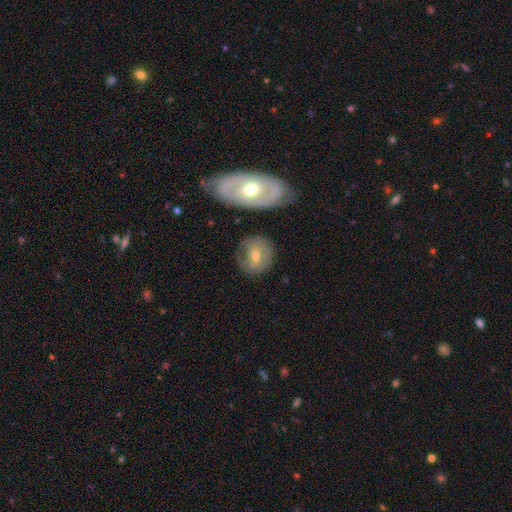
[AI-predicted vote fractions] Smooth or featured?
  - featured or disk: 46% *
  - smooth: 45%
  - star or artifact: 9%
Merging?
  - none: 70% *
  - minor disturbance: 17%
  - merger: 6%
  - major disturbance: 6%